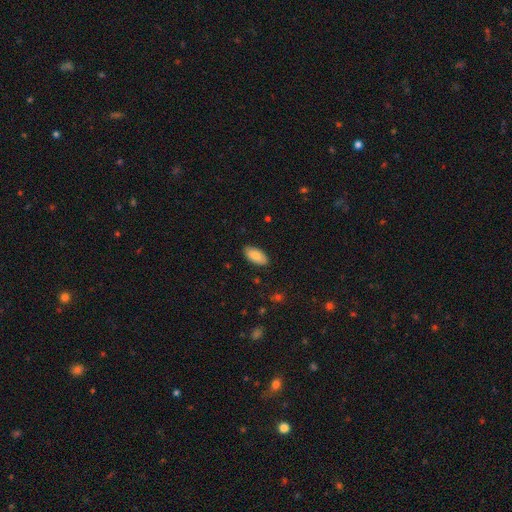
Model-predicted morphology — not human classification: Smooth or featured: smooth — 84% (featured or disk — 10%)
How rounded: in between — 93% (cigar-shaped — 5%)
Merging: none — 87% (minor disturbance — 10%)